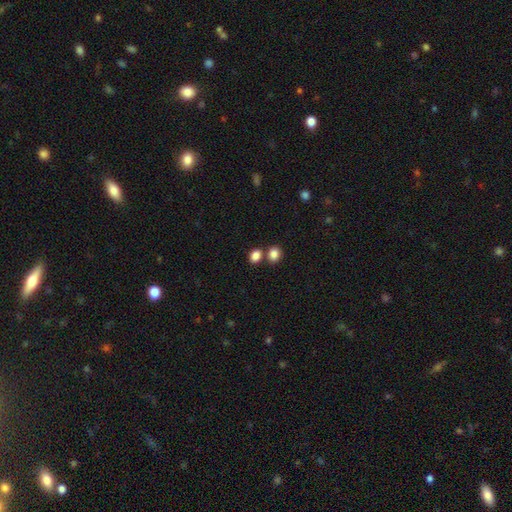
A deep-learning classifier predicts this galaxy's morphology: Overall: smooth (84%). How rounded: round (50%; in between 49%). Merging: none (60%; merger 28%).